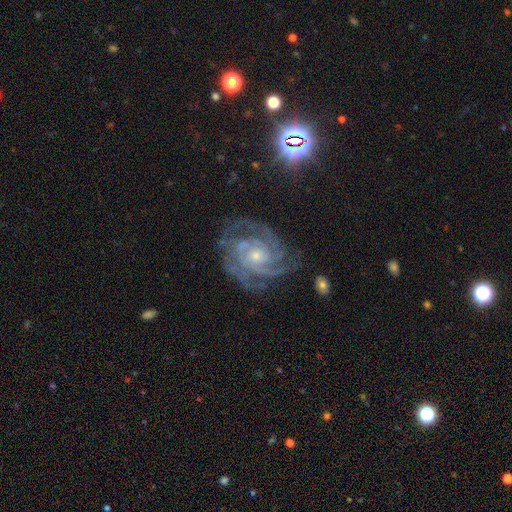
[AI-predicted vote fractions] This appears to be a featured or disk galaxy (89%) with no bar (73%), 3 (33%) tight (68%) spiral arms (98%) and a small central bulge (66%). Merging: none (73%).